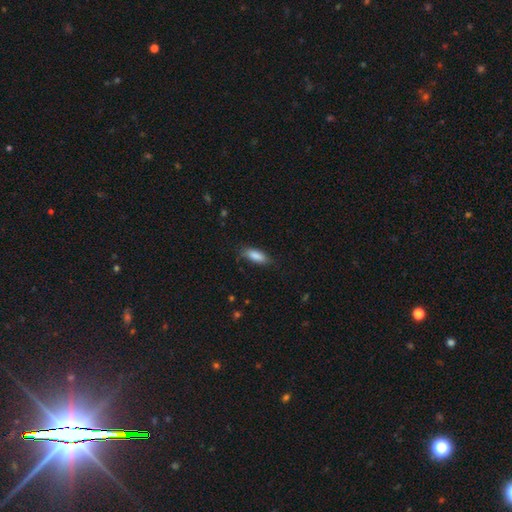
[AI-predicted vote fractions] Smooth or featured?
  - smooth: 86% *
  - featured or disk: 7%
  - star or artifact: 7%
How rounded?
  - in between: 71% *
  - cigar-shaped: 28%
  - round: 2%
Merging?
  - none: 77% *
  - minor disturbance: 18%
  - major disturbance: 4%
  - merger: 1%